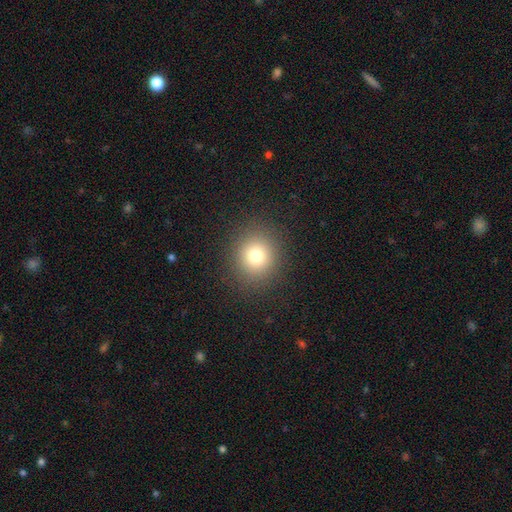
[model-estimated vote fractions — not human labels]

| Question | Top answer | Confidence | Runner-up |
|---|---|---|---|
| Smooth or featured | smooth | 76% | star or artifact (15%) |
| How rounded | round | 85% | in between (14%) |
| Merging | none | 89% | minor disturbance (6%) |